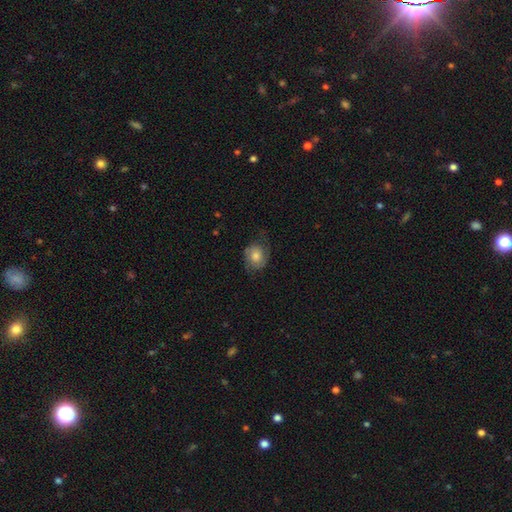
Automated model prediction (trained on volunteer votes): The model was most divided on "smooth or featured": featured or disk: 48%, smooth: 42%, star or artifact: 9%. More confident: merging — none (63%).